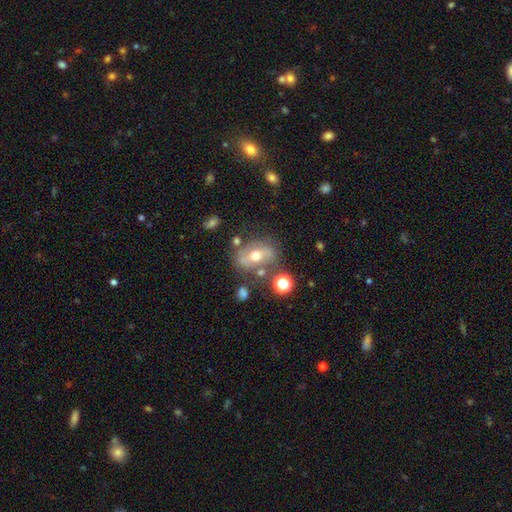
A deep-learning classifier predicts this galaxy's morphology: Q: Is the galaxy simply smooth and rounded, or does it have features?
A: featured or disk — 53%.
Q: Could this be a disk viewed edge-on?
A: no — 89%.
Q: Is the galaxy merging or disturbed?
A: none — 67%.